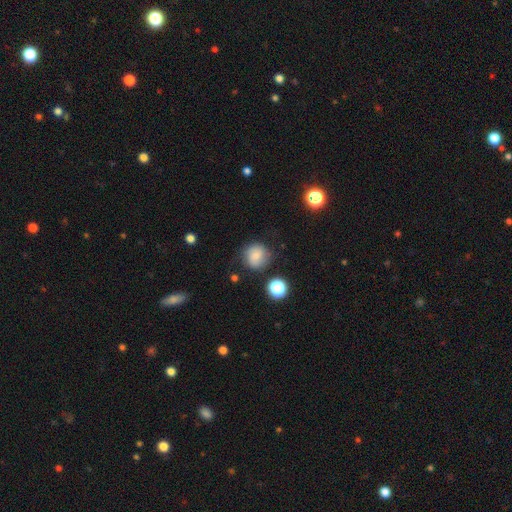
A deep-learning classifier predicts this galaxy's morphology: Smooth or featured: smooth — 73% (featured or disk — 15%)
How rounded: round — 90% (in between — 9%)
Merging: none — 74% (minor disturbance — 17%)